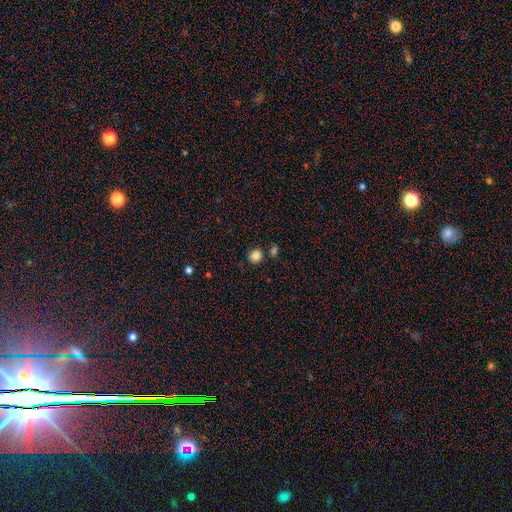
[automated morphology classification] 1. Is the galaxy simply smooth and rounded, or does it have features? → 84% smooth, 11% star or artifact, 5% featured or disk.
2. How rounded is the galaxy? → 81% round, 18% in between, 1% cigar-shaped.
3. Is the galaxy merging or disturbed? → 80% none, 10% minor disturbance, 8% merger, 3% major disturbance.